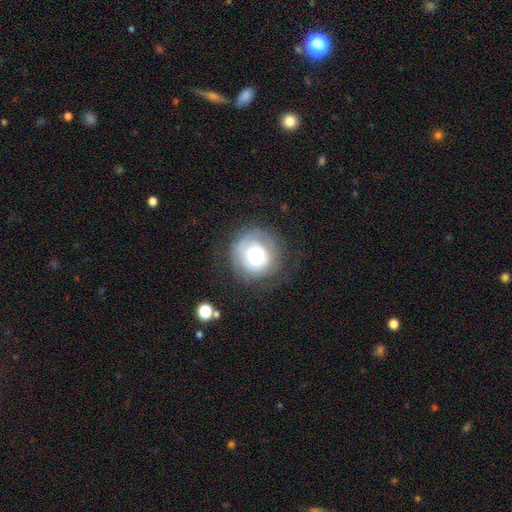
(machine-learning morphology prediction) This appears to be a smooth galaxy with no disk features (48%). Merging: none (64%).